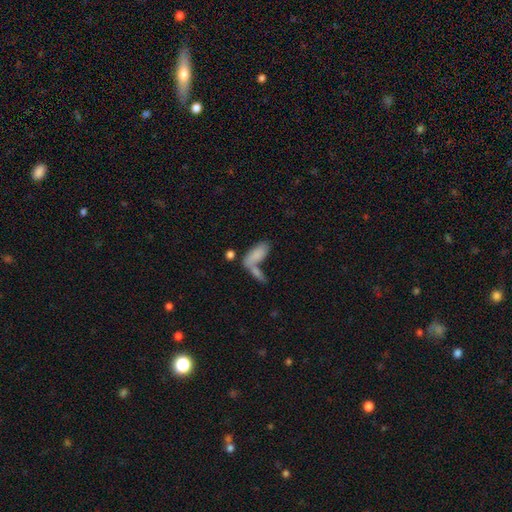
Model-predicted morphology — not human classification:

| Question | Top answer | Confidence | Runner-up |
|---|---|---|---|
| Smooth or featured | smooth | 81% | featured or disk (12%) |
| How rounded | in between | 80% | cigar-shaped (17%) |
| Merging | merger | 50% | none (31%) |